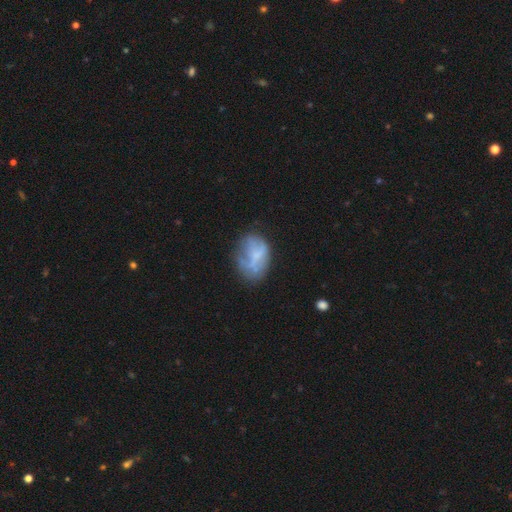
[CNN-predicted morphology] A smooth galaxy with no disk features (49%). Merging: none (46%).